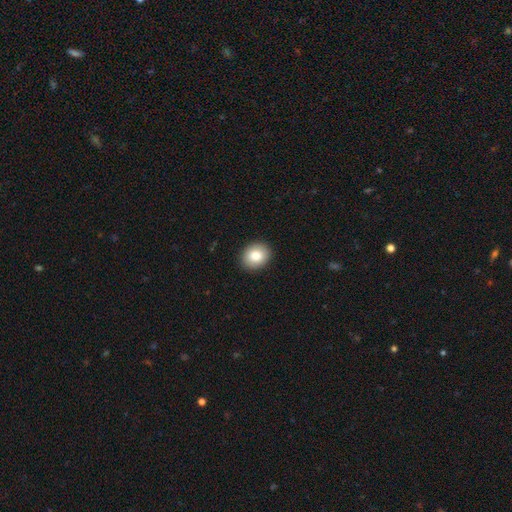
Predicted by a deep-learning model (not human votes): Overall: smooth (84%). How rounded: round (55%; in between 44%). Merging: none (91%).